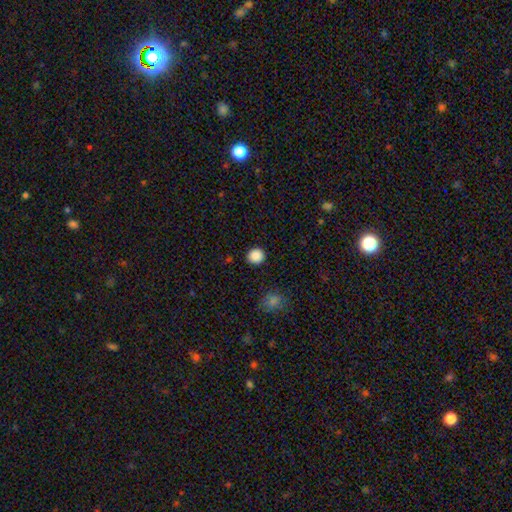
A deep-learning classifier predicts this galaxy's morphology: Overall: smooth (88%). How rounded: round (90%). Merging: none (91%).